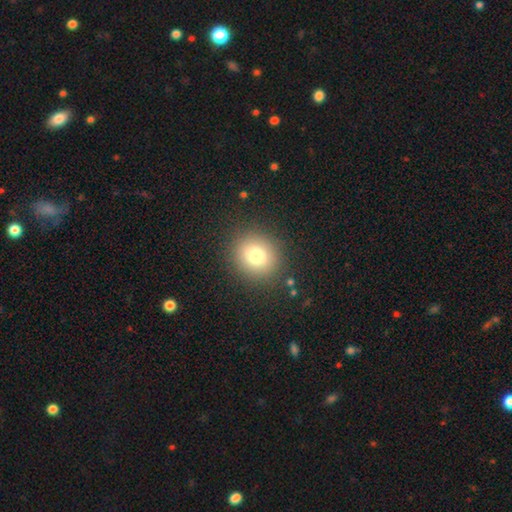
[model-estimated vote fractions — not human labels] A smooth galaxy with no disk features (77%) that is round (82%). Merging: none (88%).